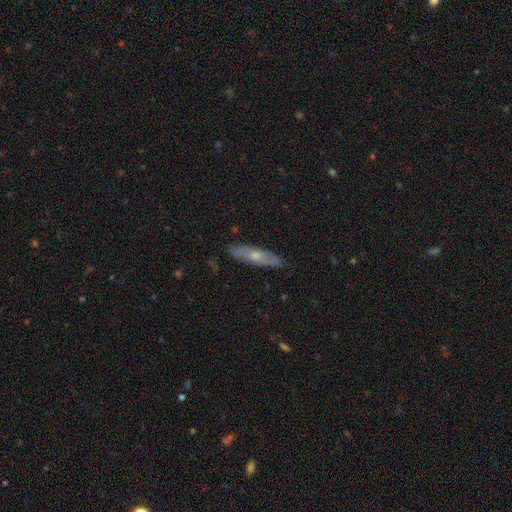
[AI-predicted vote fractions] The model was most divided on "smooth or featured": featured or disk: 48%, smooth: 45%, star or artifact: 6%. More confident: merging — none (86%).